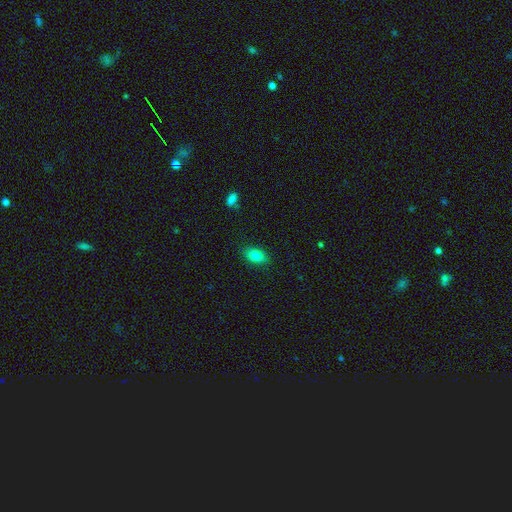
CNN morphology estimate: smooth_or_featured: smooth (p=0.82) [alt: star or artifact p=0.09]
how_rounded: in between (p=0.87) [alt: round p=0.10]
merging: none (p=0.86) [alt: minor disturbance p=0.10]